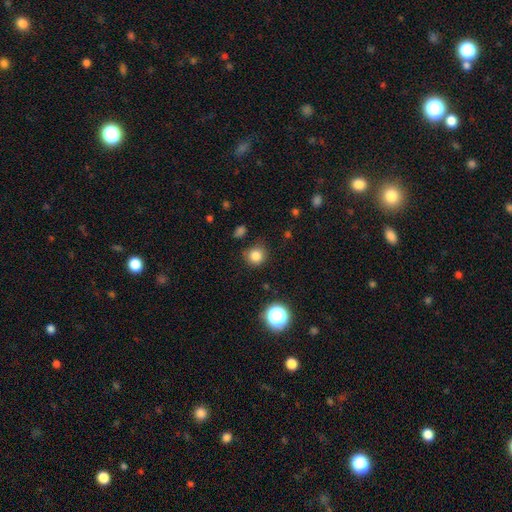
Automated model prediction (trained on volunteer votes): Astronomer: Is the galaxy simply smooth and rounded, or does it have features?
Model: smooth — 82%.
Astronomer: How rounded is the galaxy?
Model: round — 89%.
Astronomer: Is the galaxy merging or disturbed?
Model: none — 81%.